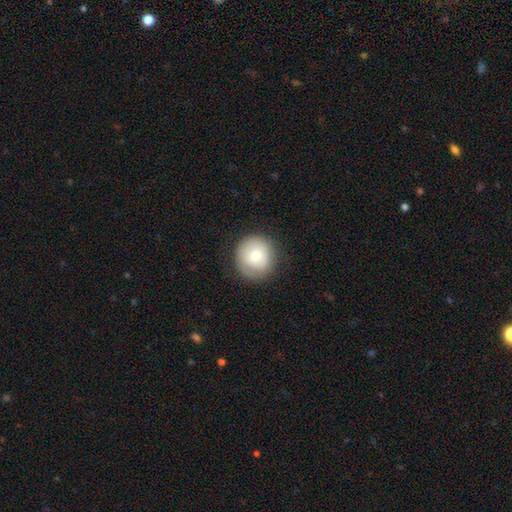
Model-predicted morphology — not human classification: smooth_or_featured: smooth (p=0.73) [alt: featured or disk p=0.20]
how_rounded: round (p=0.91) [alt: in between p=0.08]
merging: none (p=0.78) [alt: minor disturbance p=0.16]